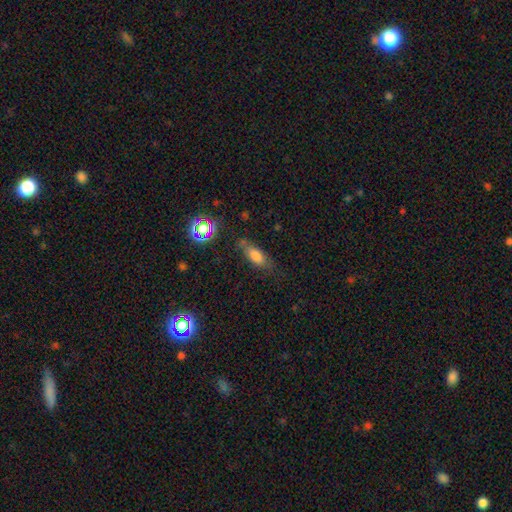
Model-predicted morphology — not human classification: Overall: smooth (71%). How rounded: in between (70%). Merging: none (67%).